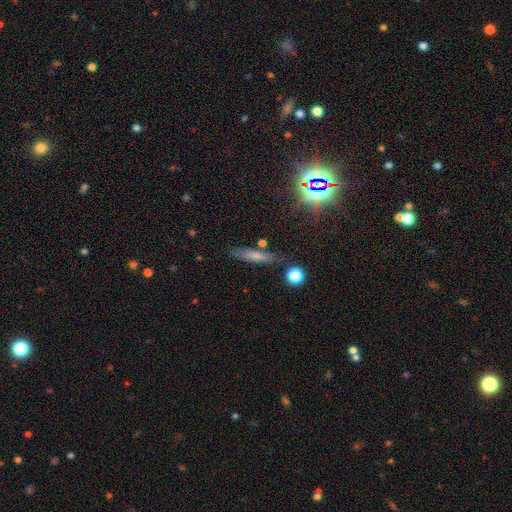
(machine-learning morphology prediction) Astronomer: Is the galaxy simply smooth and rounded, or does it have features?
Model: smooth — 63%.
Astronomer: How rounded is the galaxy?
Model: cigar-shaped — 80%.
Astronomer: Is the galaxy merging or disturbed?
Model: none — 78%.